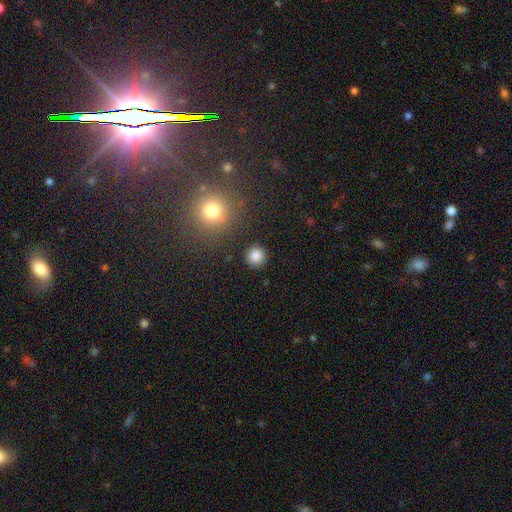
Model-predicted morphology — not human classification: Overall: smooth (85%). How rounded: round (94%). Merging: none (90%).